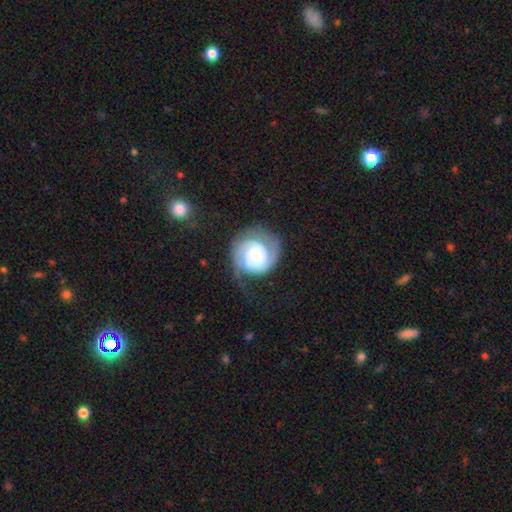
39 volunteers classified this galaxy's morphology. smooth-or-featured: featured or disk: 79% | smooth: 13% | star or artifact: 8%
  disk-edge-on: no: 100% | yes: 0%
    bar: no: 74% | weak: 26% | strong: 0%
    has-spiral-arms: yes: 97% | no: 3%
      spiral-winding: tight: 70% | medium: 20% | loose: 10%
      spiral-arm-count: 2: 53% | 3: 20% | 1: 13% | can't tell: 13% | 4: 0% | more than 4: 0%
    bulge-size: moderate: 71% | small: 13% | dominant: 6% | large: 6% | none: 3%
  merging: none: 44% | minor disturbance: 28% | major disturbance: 28% | merger: 0%